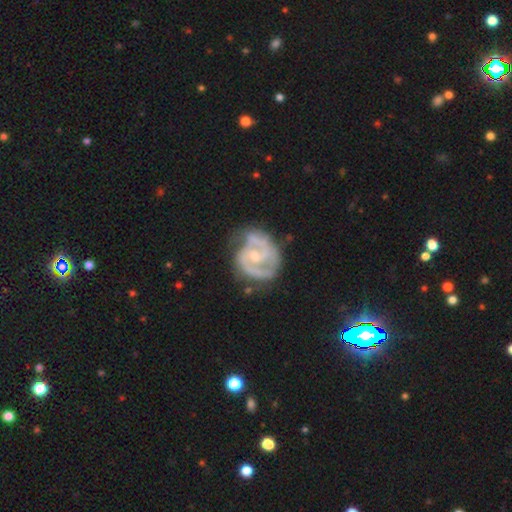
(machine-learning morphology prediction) Smooth or featured? Predicted: featured or disk (p=0.87). Edge-on disk? Predicted: no (p=0.98). Bar? Predicted: no (p=0.46). Spiral arms? Predicted: yes (p=0.95). Spiral winding? Predicted: medium (p=0.48). Spiral arm count? Predicted: 2 (p=0.73). Bulge size? Predicted: small (p=0.57). Merging? Predicted: none (p=0.61).